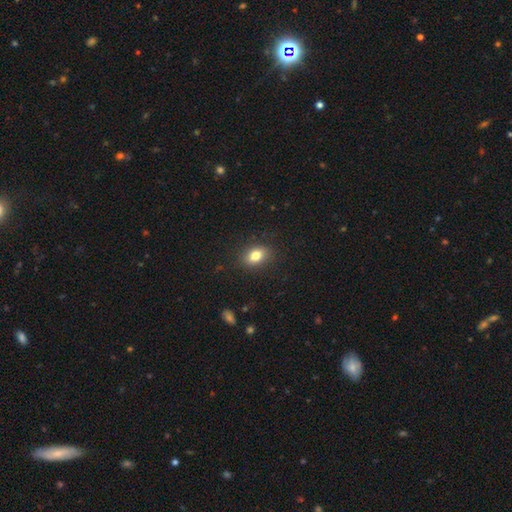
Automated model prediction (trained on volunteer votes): A smooth galaxy with no disk features (80%) that is in between round and cigar-shaped (71%). Merging: none (87%).